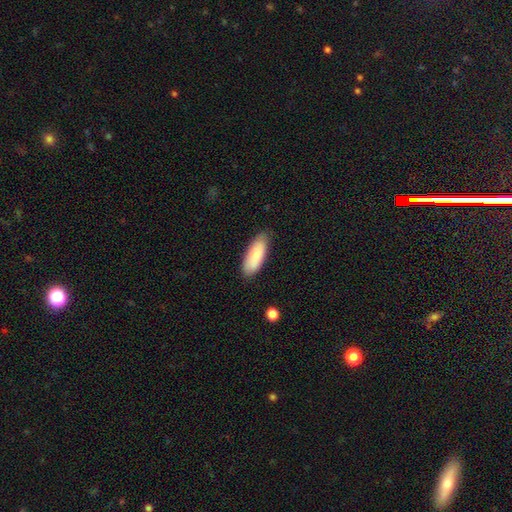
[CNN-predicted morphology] Smooth or featured? Predicted: smooth (p=0.84). How rounded? Predicted: in between (p=0.73). Merging? Predicted: none (p=0.80).